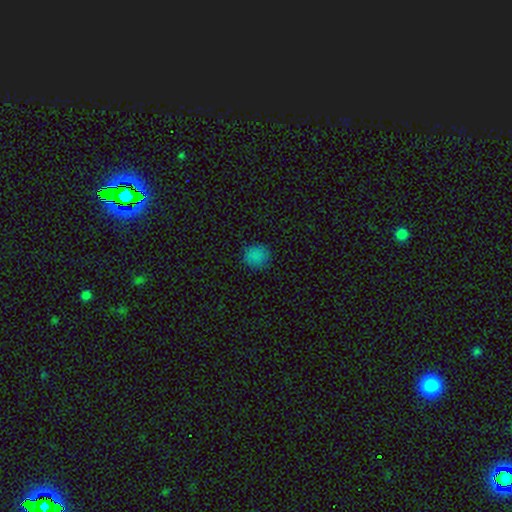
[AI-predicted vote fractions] Smooth or featured: smooth — 82% (star or artifact — 15%)
How rounded: round — 89% (in between — 10%)
Merging: none — 86% (minor disturbance — 10%)